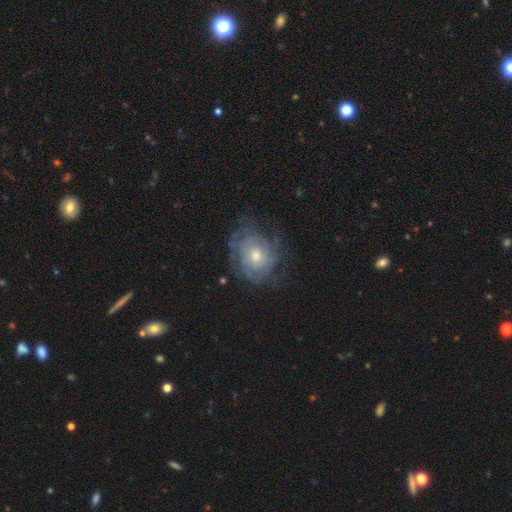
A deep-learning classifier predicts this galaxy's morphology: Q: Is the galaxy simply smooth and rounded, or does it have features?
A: featured or disk — 69%.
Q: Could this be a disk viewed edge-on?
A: no — 97%.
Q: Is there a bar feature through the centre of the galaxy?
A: no — 81%.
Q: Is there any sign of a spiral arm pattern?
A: yes — 82%.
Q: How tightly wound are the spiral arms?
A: tight — 64%.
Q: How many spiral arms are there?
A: can't tell — 58%.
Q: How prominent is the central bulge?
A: moderate — 57%.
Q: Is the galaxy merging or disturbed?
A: none — 66%.